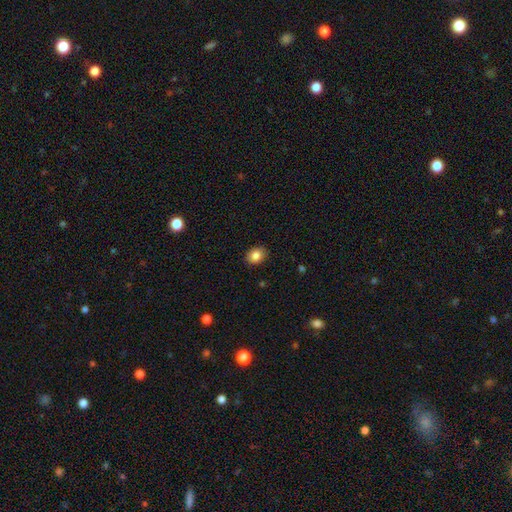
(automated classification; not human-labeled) smooth 85%, star or artifact 9%, featured or disk 6%. Down the decision tree: how rounded — in between (57%); merging — none (89%).